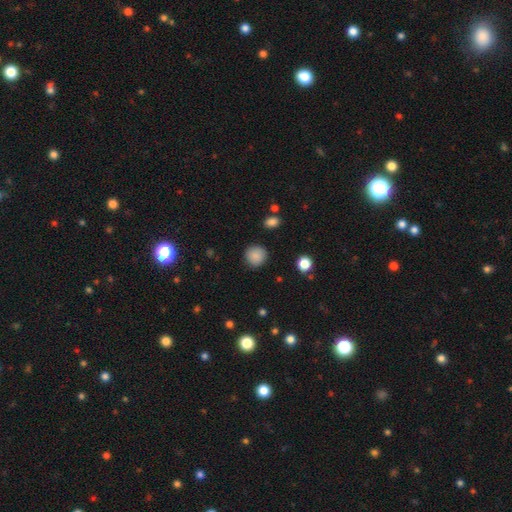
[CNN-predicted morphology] Smooth or featured? smooth (87%)
How rounded? round (92%)
Merging? none (88%)